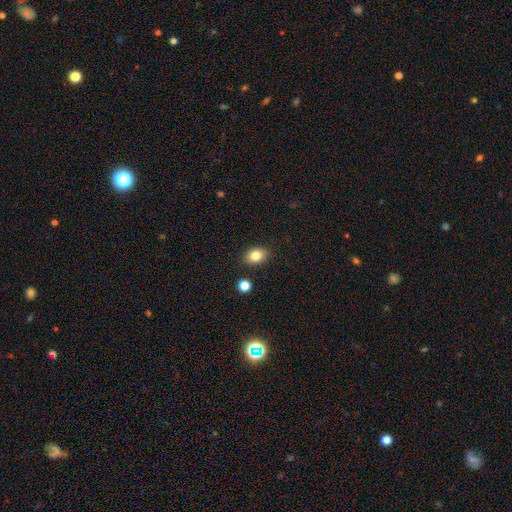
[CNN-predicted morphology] smooth-or-featured: smooth: 82% | star or artifact: 10% | featured or disk: 8%
  how-rounded: in between: 73% | round: 26% | cigar-shaped: 1%
  merging: none: 86% | minor disturbance: 9% | merger: 3% | major disturbance: 2%